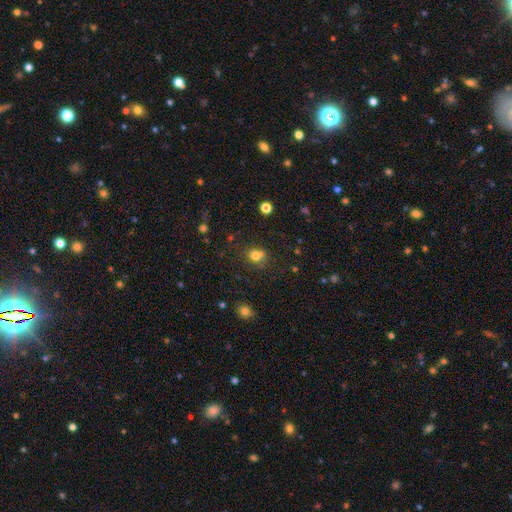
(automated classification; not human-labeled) smooth_or_featured: smooth (p=0.75) [alt: star or artifact p=0.16]
how_rounded: round (p=0.70) [alt: in between p=0.29]
merging: none (p=0.54) [alt: merger p=0.26]